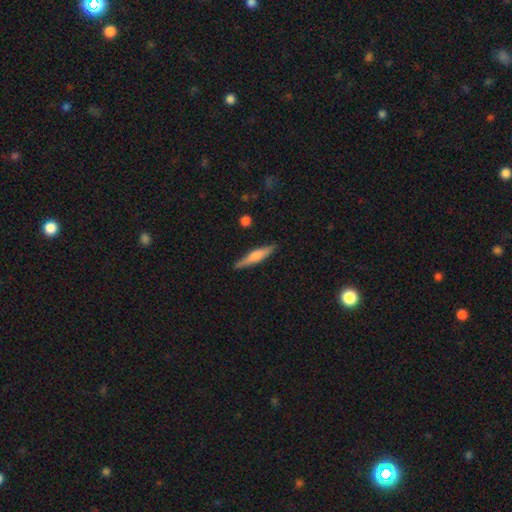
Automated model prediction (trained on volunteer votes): Overall: smooth (49%; featured or disk 45%). Merging: none (87%).